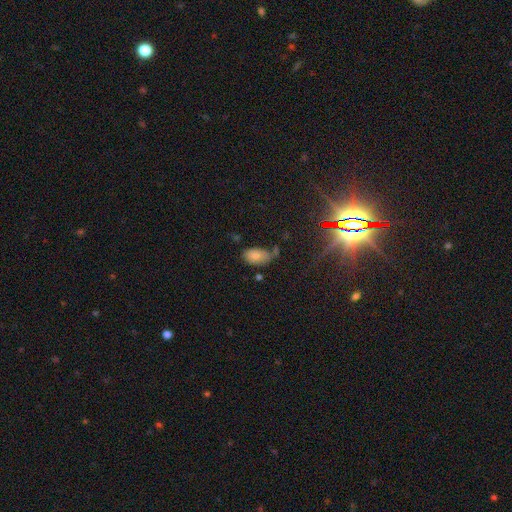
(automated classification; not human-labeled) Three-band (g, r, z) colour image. It shows a smooth galaxy with no disk features (79%) that is in between round and cigar-shaped (93%). Merging: none (49%).